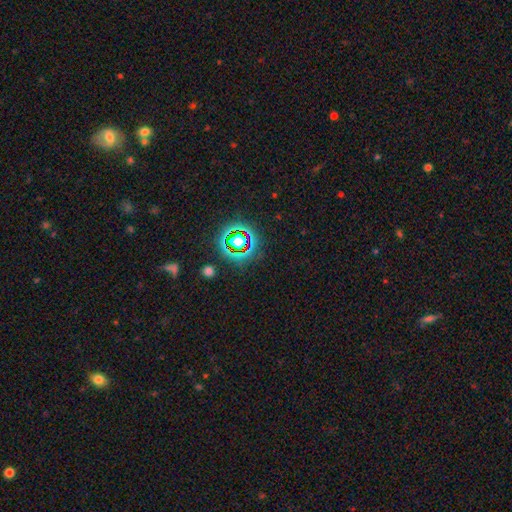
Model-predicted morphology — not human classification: Overall: star or artifact (68%).